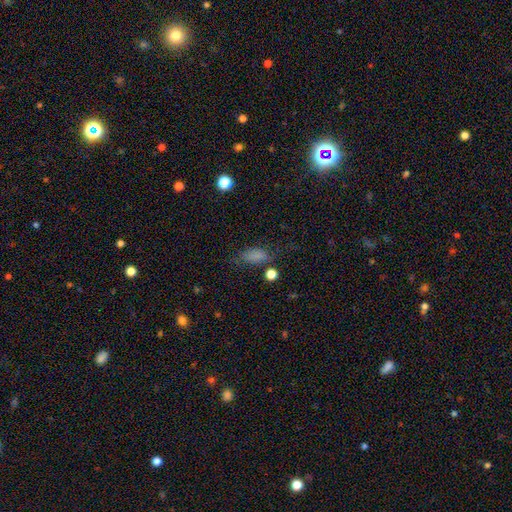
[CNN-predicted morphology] Smooth or featured? smooth (76%)
How rounded? in between (84%)
Merging? none (57%)